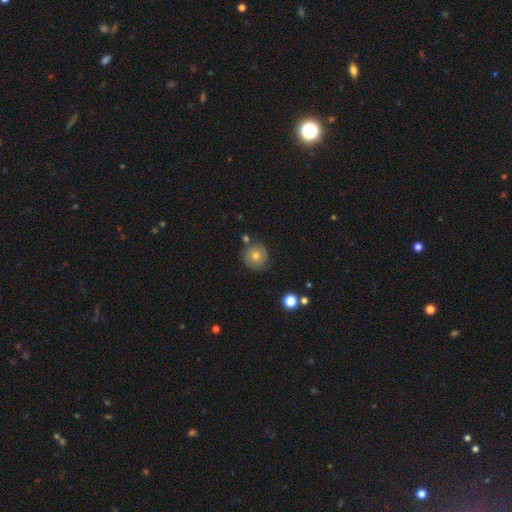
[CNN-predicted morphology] smooth 64%, featured or disk 25%, star or artifact 11%. Down the decision tree: how rounded — round (94%); merging — none (79%).